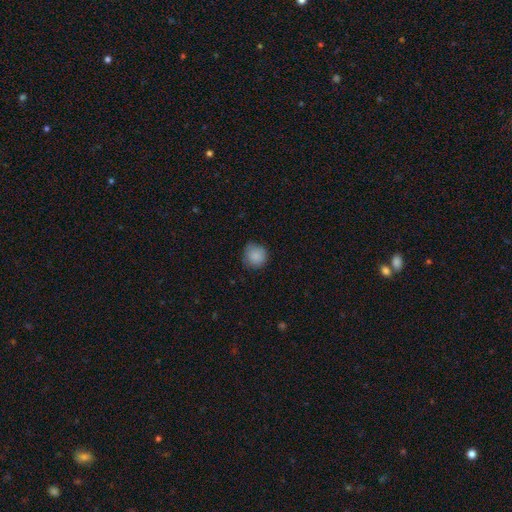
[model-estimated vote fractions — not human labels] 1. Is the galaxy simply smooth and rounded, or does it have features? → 87% smooth, 8% star or artifact, 4% featured or disk.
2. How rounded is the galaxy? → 90% round, 9% in between, 1% cigar-shaped.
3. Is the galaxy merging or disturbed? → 78% none, 17% minor disturbance, 4% major disturbance, 1% merger.